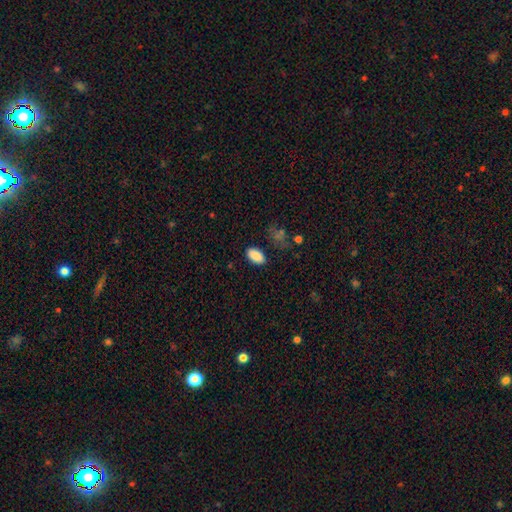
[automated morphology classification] A smooth galaxy with no disk features (89%) that is in between round and cigar-shaped (94%).

Vote fractions:
- Smooth or featured? smooth: 89% / star or artifact: 8% / featured or disk: 4%
- How rounded? in between: 94% / round: 4% / cigar-shaped: 2%
- Merging? none: 84% / minor disturbance: 12% / major disturbance: 3% / merger: 2%